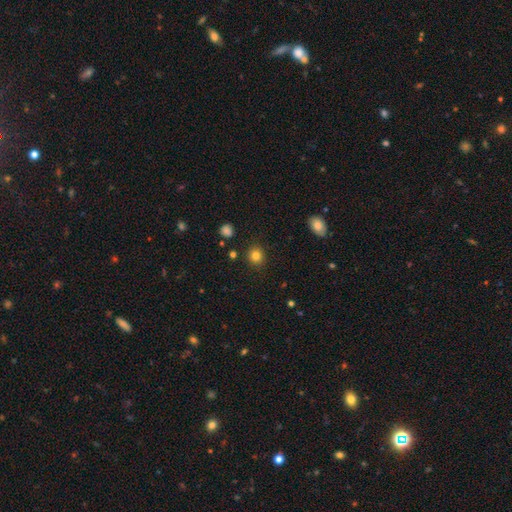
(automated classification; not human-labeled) Smooth or featured? smooth (82%)
How rounded? round (87%)
Merging? none (89%)